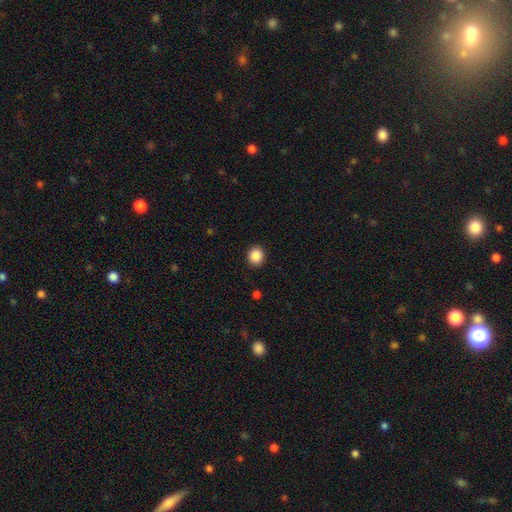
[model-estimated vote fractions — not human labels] smooth_or_featured: smooth (p=0.87) [alt: star or artifact p=0.09]
how_rounded: round (p=0.82) [alt: in between p=0.17]
merging: none (p=0.92) [alt: minor disturbance p=0.05]